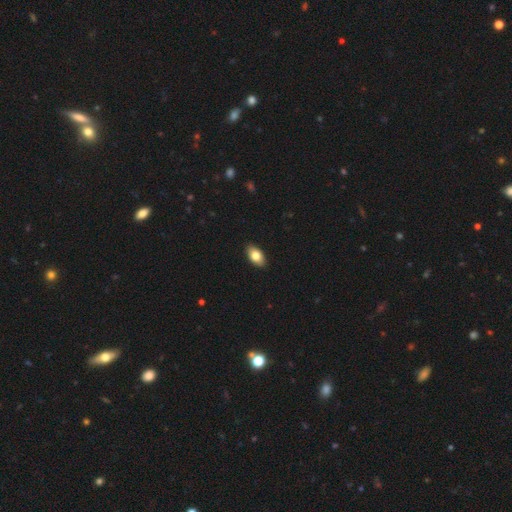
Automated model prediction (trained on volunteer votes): Smooth or featured? smooth (81%)
How rounded? in between (93%)
Merging? none (90%)